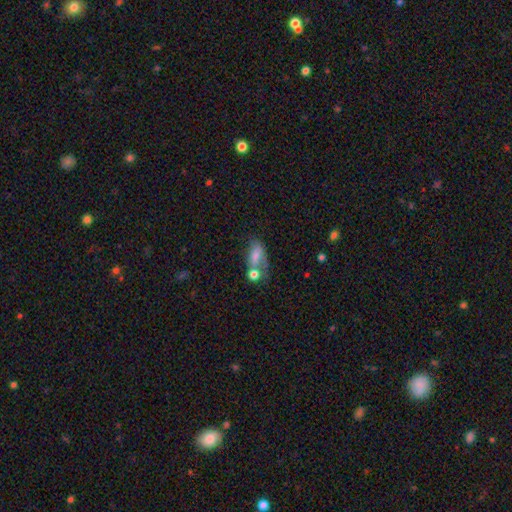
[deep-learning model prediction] Smooth or featured? Predicted: smooth (p=0.63). How rounded? Predicted: in between (p=0.81). Merging? Predicted: merger (p=0.34).